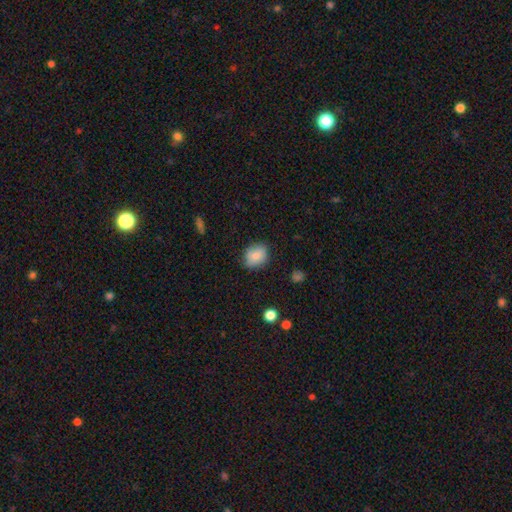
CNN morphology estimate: This is clearly a smooth galaxy (81%). How rounded: possibly round (56%). Merging: likely none (79%).